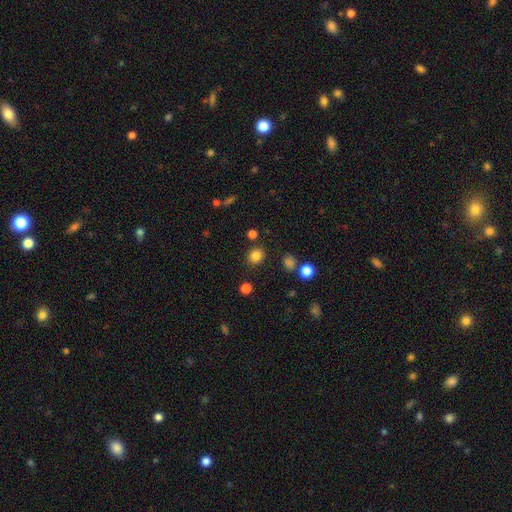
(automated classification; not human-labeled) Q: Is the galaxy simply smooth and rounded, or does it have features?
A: smooth — 83%.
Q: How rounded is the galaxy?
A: round — 75%.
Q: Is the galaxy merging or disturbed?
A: none — 86%.